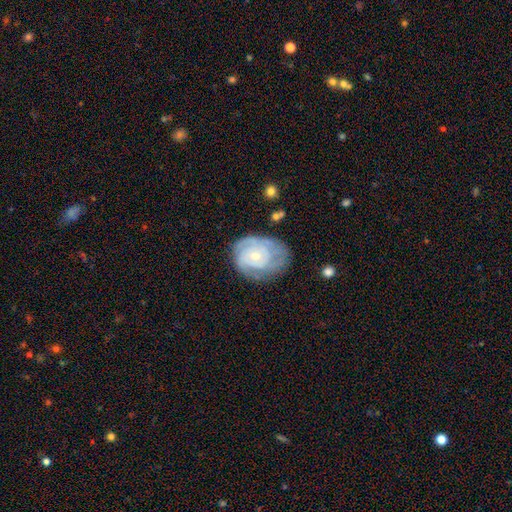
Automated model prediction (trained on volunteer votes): Smooth or featured? Predicted: featured or disk (p=0.76). Edge-on disk? Predicted: no (p=0.97). Bar? Predicted: no (p=0.75). Spiral arms? Predicted: yes (p=0.90). Spiral winding? Predicted: tight (p=0.69). Spiral arm count? Predicted: can't tell (p=0.38). Bulge size? Predicted: small (p=0.68). Merging? Predicted: none (p=0.61).